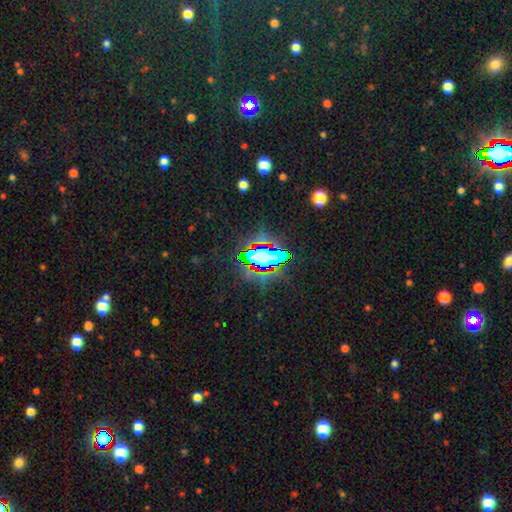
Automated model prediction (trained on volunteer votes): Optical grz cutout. It shows a star or artifact, not a galaxy (60%).